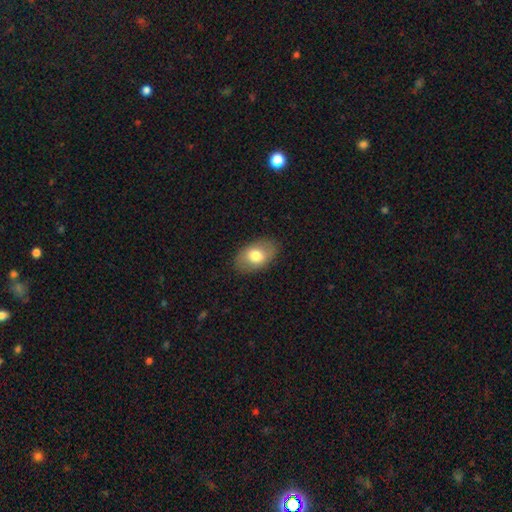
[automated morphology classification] The model was most divided on "smooth or featured": smooth: 74%, featured or disk: 19%, star or artifact: 7%. More confident: how rounded — in between (89%); merging — none (85%).